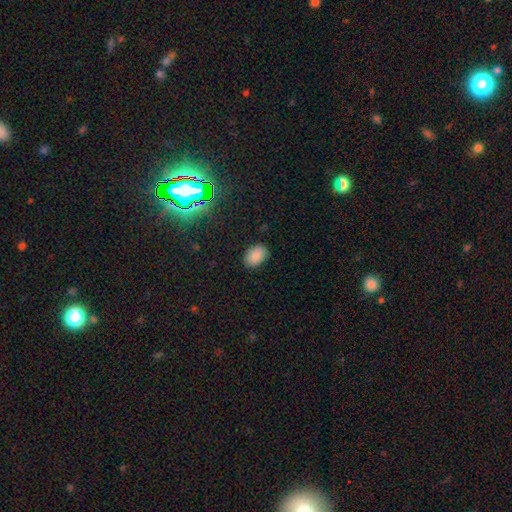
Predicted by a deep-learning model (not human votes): Overall: smooth (86%). How rounded: in between (81%). Merging: none (86%).